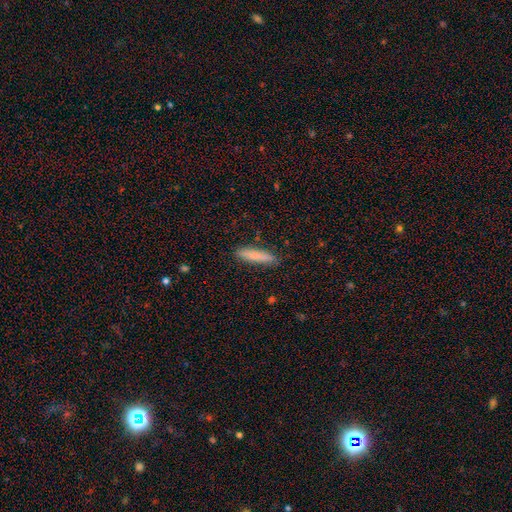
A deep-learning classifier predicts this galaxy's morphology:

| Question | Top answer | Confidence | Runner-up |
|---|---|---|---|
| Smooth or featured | smooth | 82% | featured or disk (11%) |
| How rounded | cigar-shaped | 89% | in between (10%) |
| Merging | none | 89% | minor disturbance (8%) |